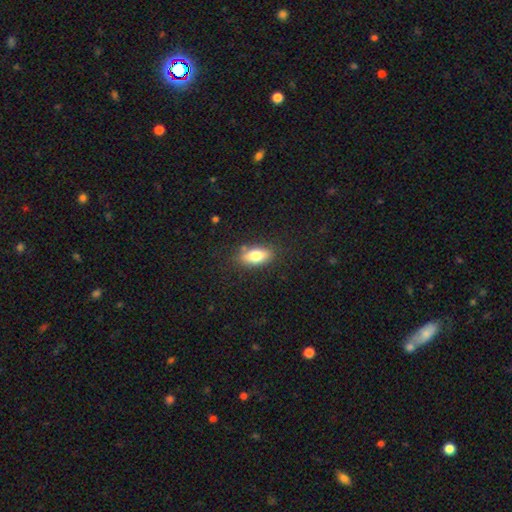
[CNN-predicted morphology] type=smooth (78%); roundness=in between (85%); merging=none (80%).